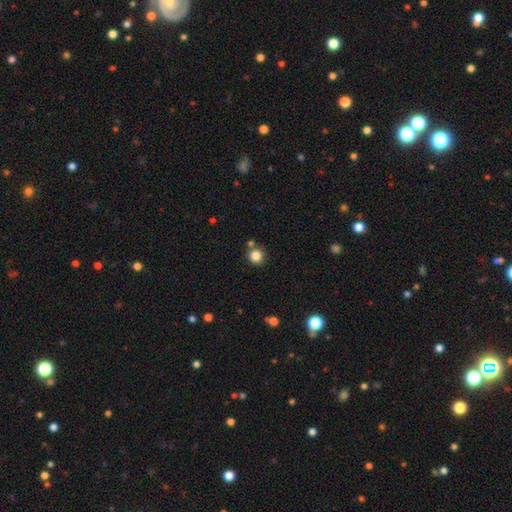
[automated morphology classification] Overall: smooth (84%). How rounded: round (90%). Merging: none (78%).